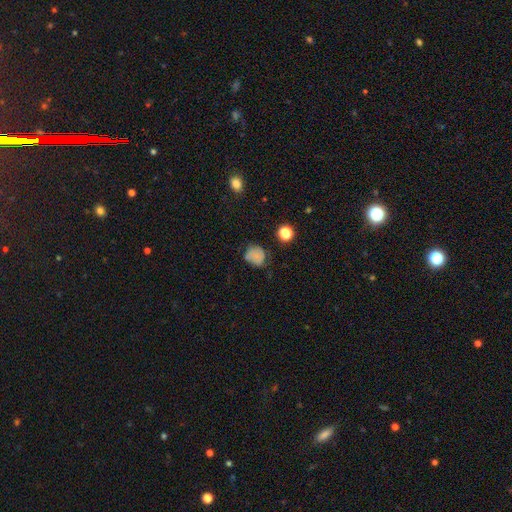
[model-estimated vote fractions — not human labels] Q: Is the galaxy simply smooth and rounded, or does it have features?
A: smooth — 71%.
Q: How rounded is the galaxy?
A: round — 75%.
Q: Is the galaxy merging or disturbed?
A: none — 58%.